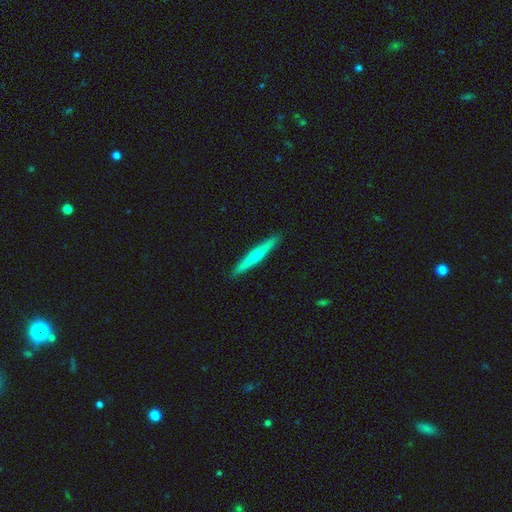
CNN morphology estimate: smooth-or-featured: smooth: 49% | featured or disk: 46% | star or artifact: 6%
  merging: none: 92% | minor disturbance: 6% | major disturbance: 1% | merger: 1%